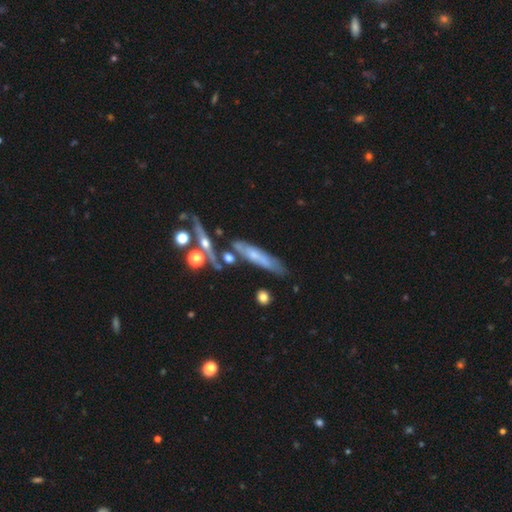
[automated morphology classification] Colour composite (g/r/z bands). It shows a featured or disk galaxy (48%). Merging: none (62%).